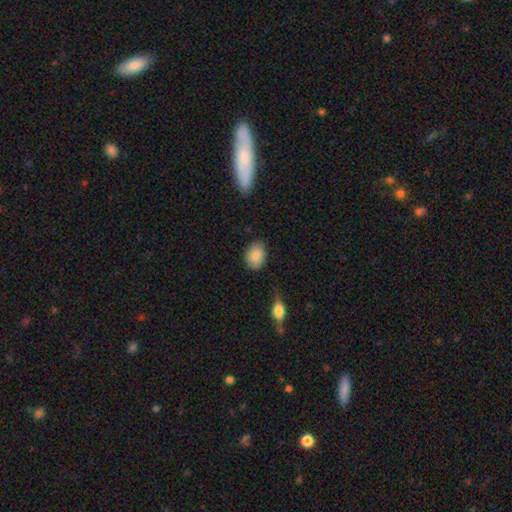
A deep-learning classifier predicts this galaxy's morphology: This is clearly a smooth galaxy (86%). How rounded: likely in between (65%). Merging: likely none (76%).